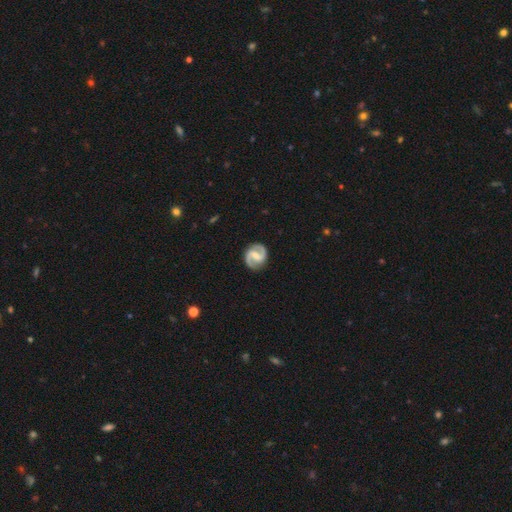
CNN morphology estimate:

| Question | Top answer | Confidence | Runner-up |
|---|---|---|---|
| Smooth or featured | featured or disk | 89% | smooth (7%) |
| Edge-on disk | no | 98% | yes (2%) |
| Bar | weak | 47% | strong (35%) |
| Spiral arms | yes | 97% | no (3%) |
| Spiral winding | medium | 55% | tight (28%) |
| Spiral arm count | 2 | 94% | can't tell (2%) |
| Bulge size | small | 39% | moderate (37%) |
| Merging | none | 87% | minor disturbance (9%) |